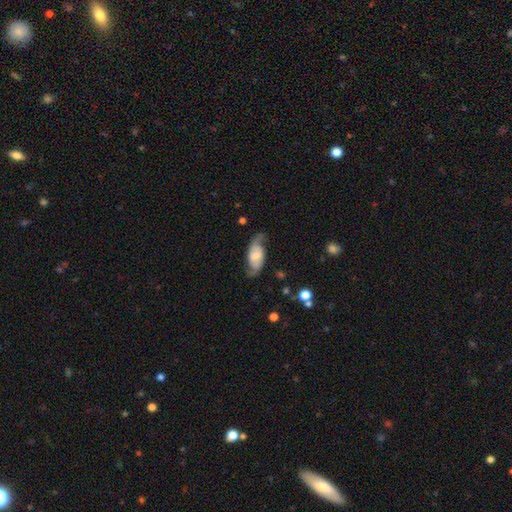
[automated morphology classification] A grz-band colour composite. It shows a featured or disk galaxy (70%) with a weak bar (45%), 2 (89%) loose (47%) spiral arms (91%) and a moderate central bulge (34%). Merging: none (69%).